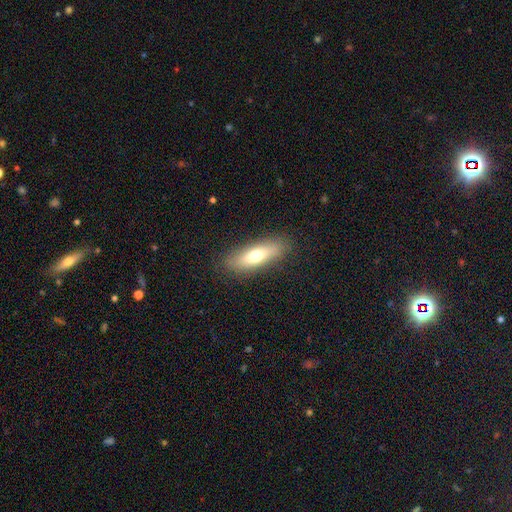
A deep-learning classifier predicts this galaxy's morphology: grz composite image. It shows a smooth galaxy with no disk features (68%) that is in between round and cigar-shaped (51%). Merging: none (86%).